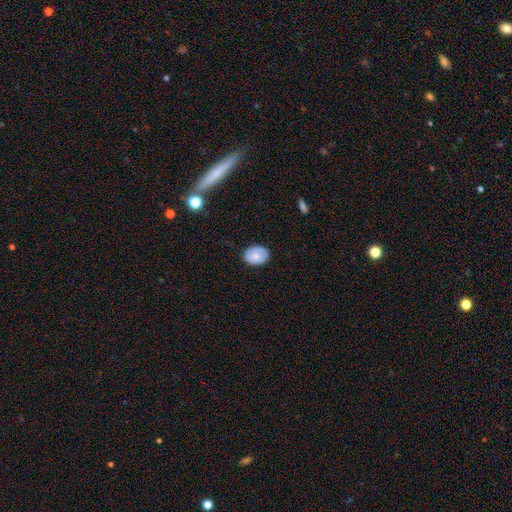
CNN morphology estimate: smooth 75%, featured or disk 18%, star or artifact 7%. Down the decision tree: how rounded — in between (74%); merging — none (81%).